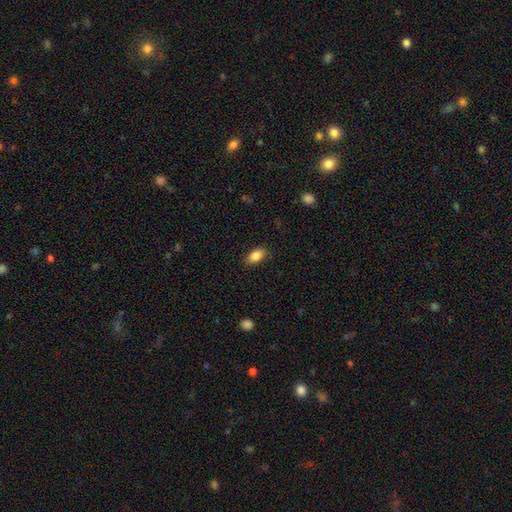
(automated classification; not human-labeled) A smooth galaxy with no disk features (87%) that is in between round and cigar-shaped (91%).

Vote fractions:
- Smooth or featured? smooth: 87% / star or artifact: 8% / featured or disk: 5%
- How rounded? in between: 91% / round: 6% / cigar-shaped: 3%
- Merging? none: 87% / minor disturbance: 9% / major disturbance: 2% / merger: 1%